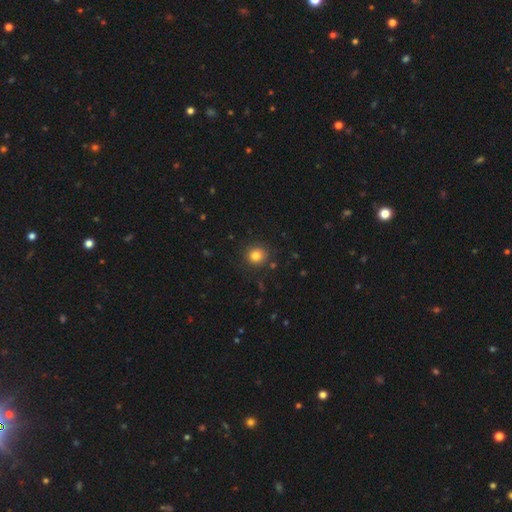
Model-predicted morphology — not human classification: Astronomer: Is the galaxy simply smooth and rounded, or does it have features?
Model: smooth — 82%.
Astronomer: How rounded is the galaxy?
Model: round — 89%.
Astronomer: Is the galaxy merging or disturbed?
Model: none — 88%.